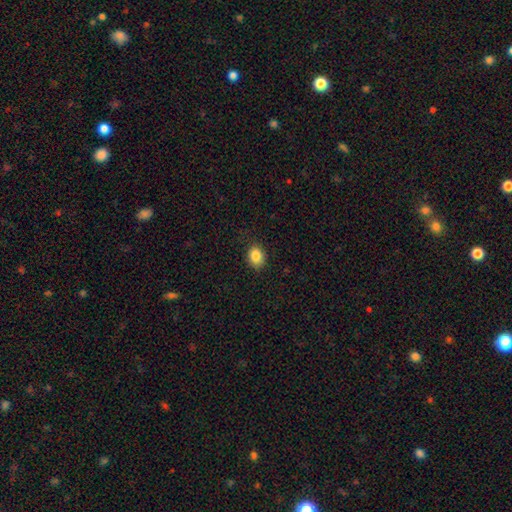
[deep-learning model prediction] Q: Smooth or featured?
A: smooth (86%); runner-up: star or artifact (9%)
Q: How rounded?
A: in between (51%); runner-up: round (48%)
Q: Merging?
A: none (85%); runner-up: minor disturbance (12%)